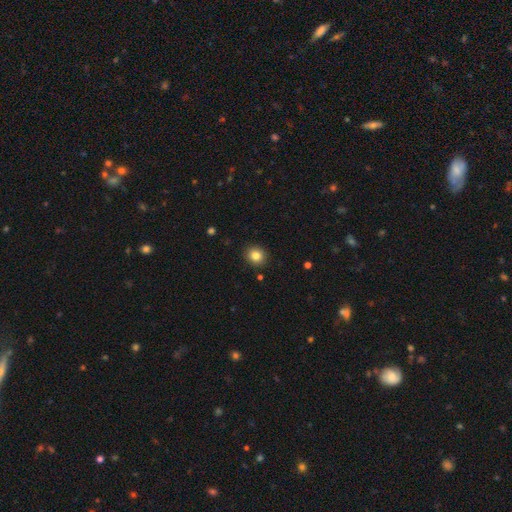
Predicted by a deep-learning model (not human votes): smooth_or_featured: smooth (p=0.83) [alt: star or artifact p=0.11]
how_rounded: round (p=0.83) [alt: in between p=0.16]
merging: none (p=0.91) [alt: minor disturbance p=0.06]